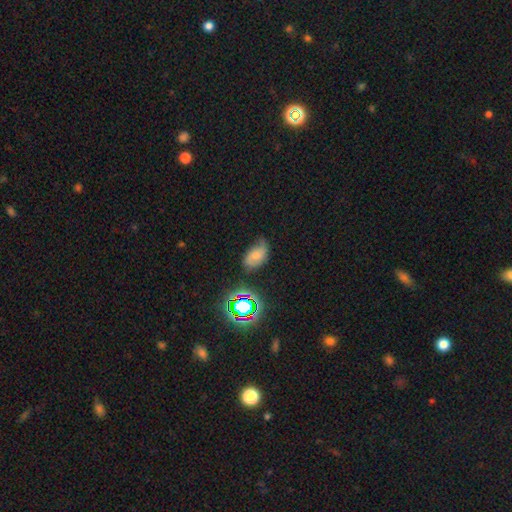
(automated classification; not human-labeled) Overall: smooth (36%, tied with featured or disk). Merging: none (55%; minor disturbance 31%).